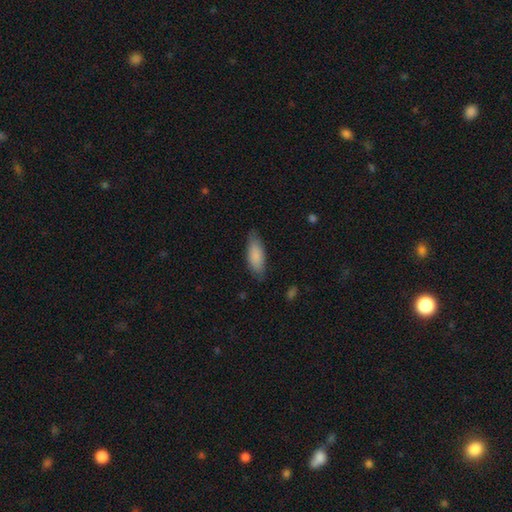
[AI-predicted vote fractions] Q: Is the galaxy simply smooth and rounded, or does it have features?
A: smooth — 86%.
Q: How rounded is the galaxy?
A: in between — 72%.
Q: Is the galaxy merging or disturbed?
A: none — 80%.